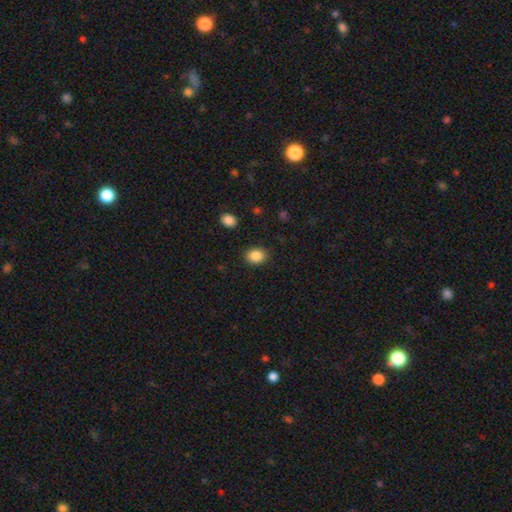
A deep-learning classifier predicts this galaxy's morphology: type=smooth (87%); roundness=in between (61%); merging=none (87%).